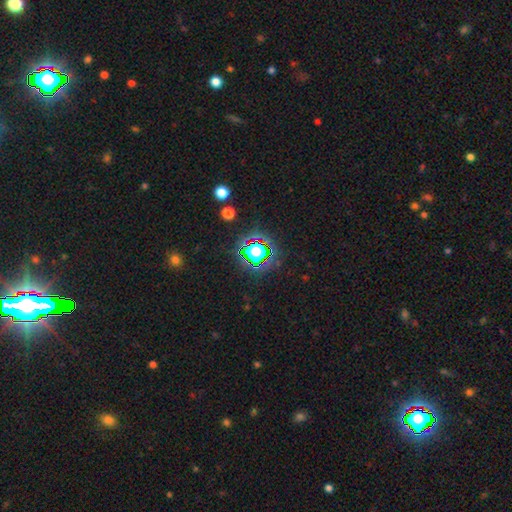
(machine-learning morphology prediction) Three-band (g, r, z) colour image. It shows a star or artifact, not a galaxy (66%).